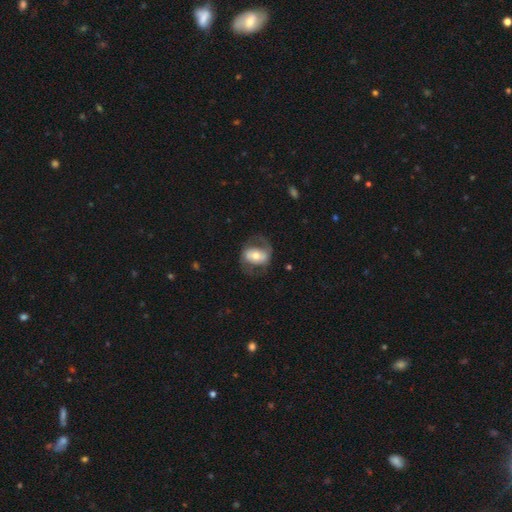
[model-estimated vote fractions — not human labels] smooth-or-featured: featured or disk: 59% | smooth: 35% | star or artifact: 6%
  disk-edge-on: no: 95% | yes: 5%
    bar: no: 42% | weak: 30% | strong: 28%
    has-spiral-arms: yes: 65% | no: 35%
    bulge-size: moderate: 64% | small: 21% | large: 12% | dominant: 2% | none: 1%
  merging: none: 60% | major disturbance: 19% | minor disturbance: 19% | merger: 2%